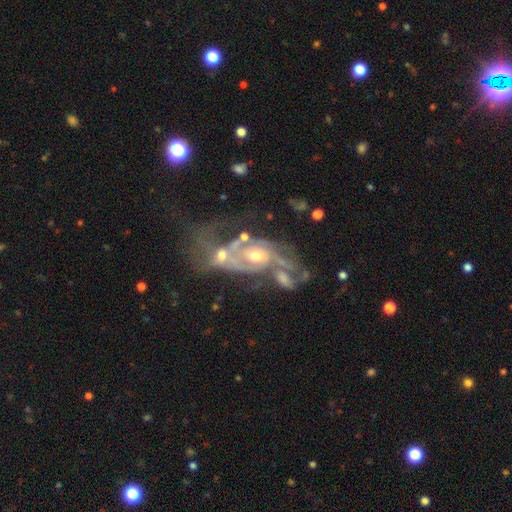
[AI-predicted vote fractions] Q: Smooth or featured?
A: featured or disk (83%); runner-up: smooth (9%)
Q: Edge-on disk?
A: no (96%); runner-up: yes (4%)
Q: Bar?
A: no (68%); runner-up: weak (25%)
Q: Spiral arms?
A: yes (84%); runner-up: no (16%)
Q: Spiral winding?
A: medium (41%); runner-up: tight (35%)
Q: Spiral arm count?
A: 2 (48%); runner-up: can't tell (28%)
Q: Bulge size?
A: moderate (61%); runner-up: small (29%)
Q: Merging?
A: merger (48%); runner-up: major disturbance (24%)